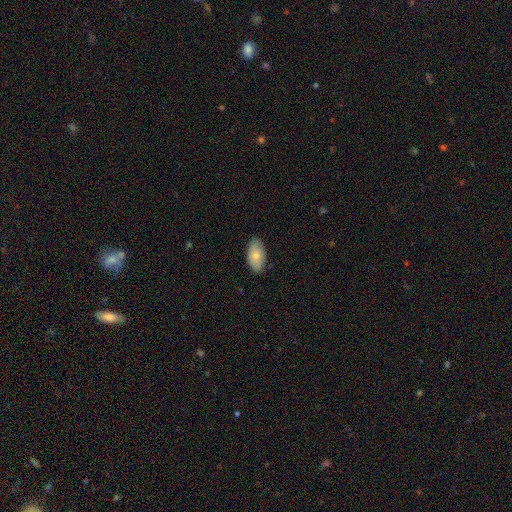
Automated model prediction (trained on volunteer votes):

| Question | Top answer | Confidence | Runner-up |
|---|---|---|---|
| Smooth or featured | smooth | 77% | featured or disk (17%) |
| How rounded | in between | 94% | round (4%) |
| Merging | none | 85% | minor disturbance (12%) |